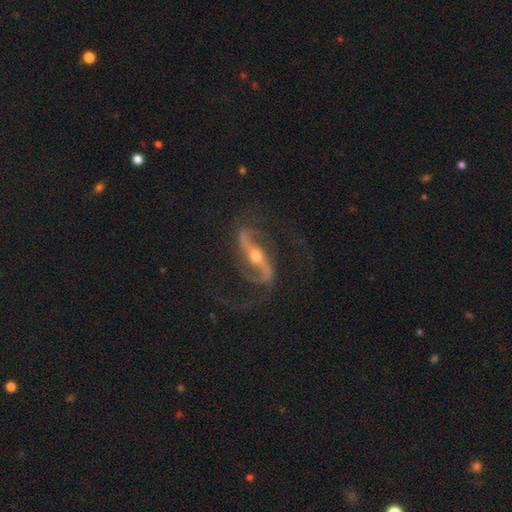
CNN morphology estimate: Smooth or featured? Predicted: featured or disk (p=0.91). Edge-on disk? Predicted: no (p=0.91). Bar? Predicted: strong (p=0.66). Spiral arms? Predicted: yes (p=0.97). Spiral winding? Predicted: loose (p=0.59). Spiral arm count? Predicted: 2 (p=0.94). Bulge size? Predicted: small (p=0.49). Merging? Predicted: none (p=0.75).